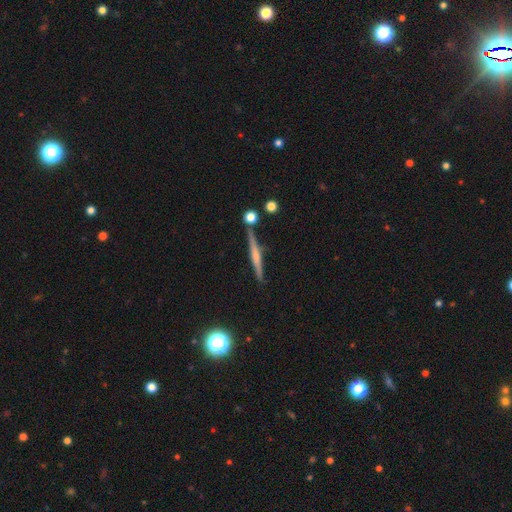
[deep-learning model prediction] A featured or disk galaxy (59%) viewed edge-on (97%) with a rounded central bulge (55%).

Vote fractions:
- Smooth or featured? featured or disk: 59% / smooth: 33% / star or artifact: 8%
- Edge-on disk? yes: 97% / no: 3%
- Edge-on bulge? rounded: 55% / none: 30% / boxy: 14%
- Merging? none: 82% / minor disturbance: 10% / merger: 6% / major disturbance: 2%